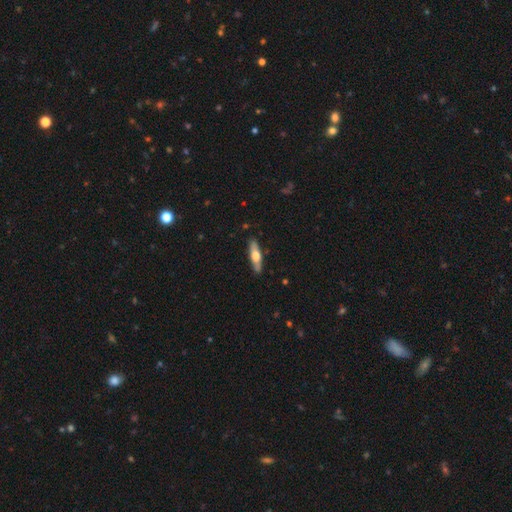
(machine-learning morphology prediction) Q: Smooth or featured?
A: smooth (51%); runner-up: featured or disk (44%)
Q: How rounded?
A: cigar-shaped (67%); runner-up: in between (31%)
Q: Merging?
A: none (86%); runner-up: minor disturbance (10%)